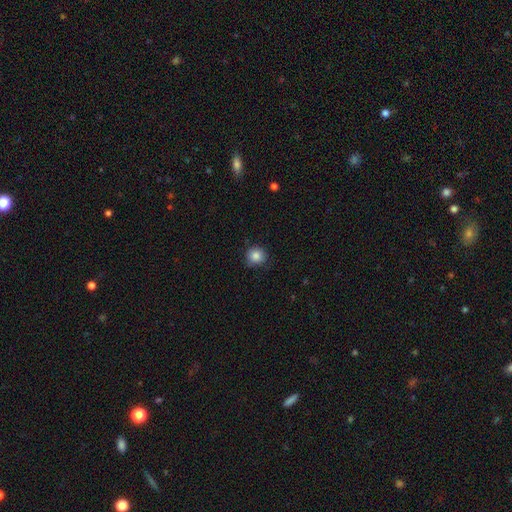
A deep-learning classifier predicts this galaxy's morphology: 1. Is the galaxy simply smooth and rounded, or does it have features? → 85% smooth, 10% star or artifact, 5% featured or disk.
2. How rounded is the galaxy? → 90% round, 9% in between, 1% cigar-shaped.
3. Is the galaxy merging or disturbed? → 82% none, 14% minor disturbance, 2% major disturbance, 1% merger.